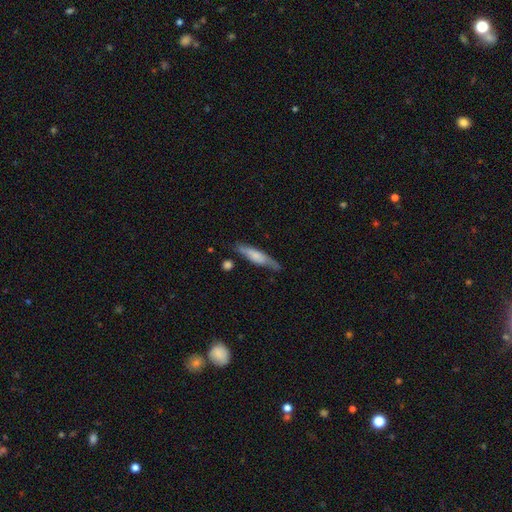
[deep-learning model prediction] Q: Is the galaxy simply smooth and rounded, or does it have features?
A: smooth — 54%.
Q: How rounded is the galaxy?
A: cigar-shaped — 80%.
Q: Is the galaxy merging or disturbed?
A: none — 74%.